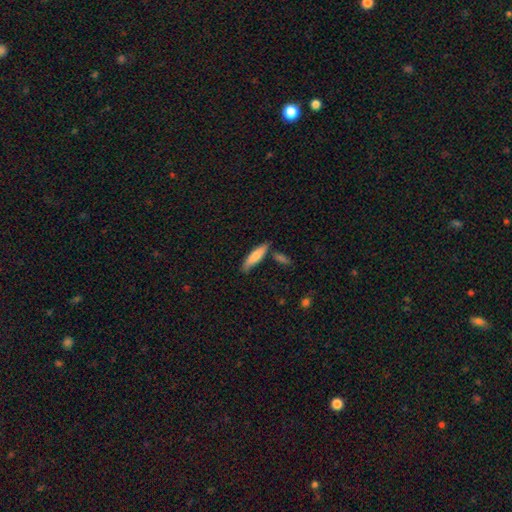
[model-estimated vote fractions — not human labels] Smooth or featured?
  - smooth: 78% *
  - featured or disk: 17%
  - star or artifact: 6%
How rounded?
  - cigar-shaped: 68% *
  - in between: 30%
  - round: 2%
Merging?
  - none: 76% *
  - minor disturbance: 13%
  - merger: 8%
  - major disturbance: 3%